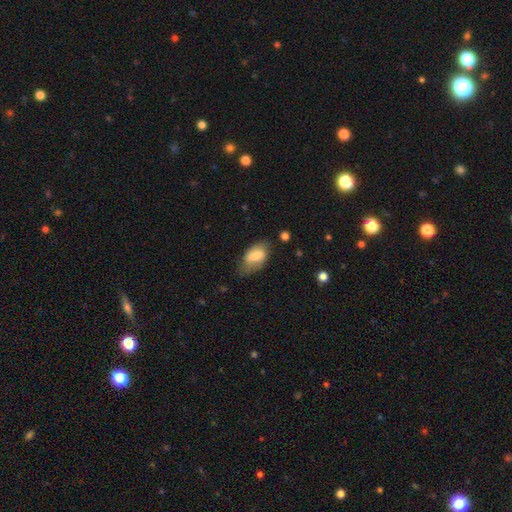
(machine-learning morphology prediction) Smooth or featured? smooth (72%)
How rounded? in between (91%)
Merging? none (56%)